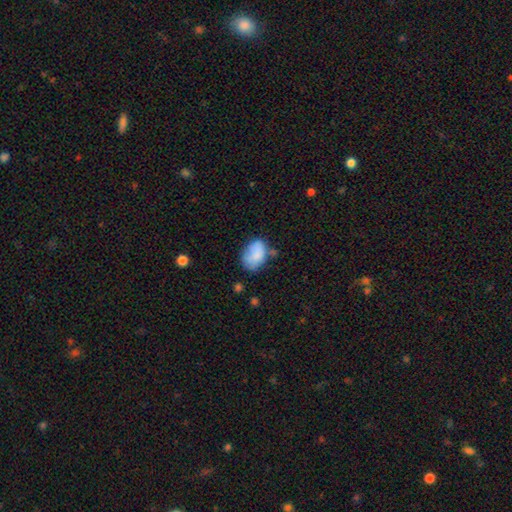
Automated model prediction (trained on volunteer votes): smooth_or_featured: smooth (p=0.79) [alt: featured or disk p=0.14]
how_rounded: in between (p=0.79) [alt: round p=0.20]
merging: none (p=0.51) [alt: minor disturbance p=0.31]